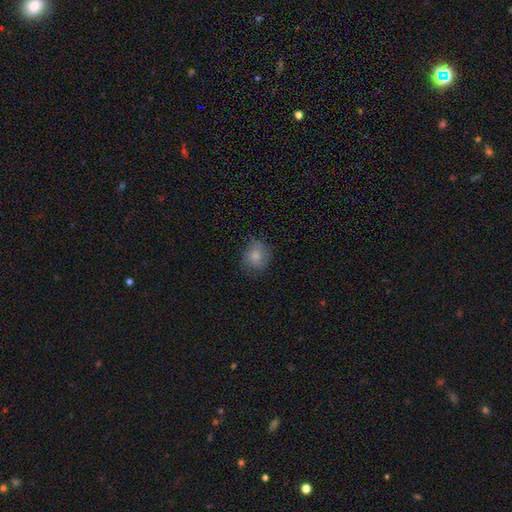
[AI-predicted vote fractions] Q: Smooth or featured?
A: smooth (77%); runner-up: featured or disk (15%)
Q: How rounded?
A: round (76%); runner-up: in between (23%)
Q: Merging?
A: none (65%); runner-up: minor disturbance (26%)